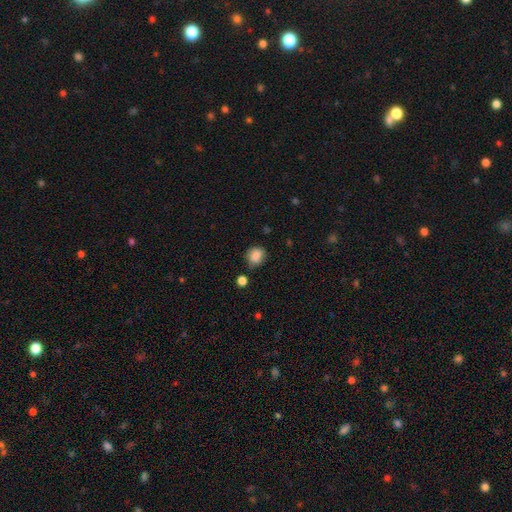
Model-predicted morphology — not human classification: Smooth or featured: smooth — 86% (star or artifact — 10%)
How rounded: round — 71% (in between — 28%)
Merging: none — 72% (minor disturbance — 20%)